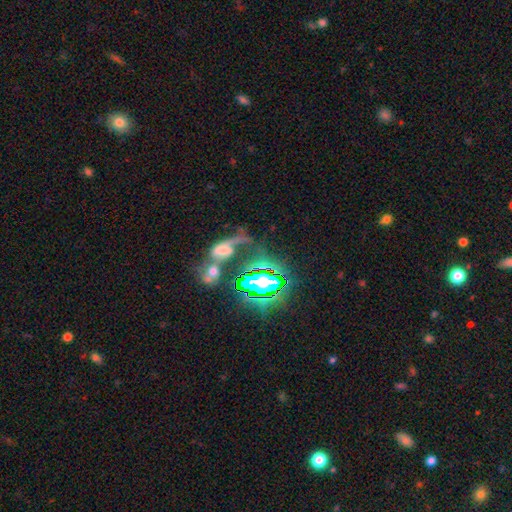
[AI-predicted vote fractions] star or artifact 50%, featured or disk 28%, smooth 23%.